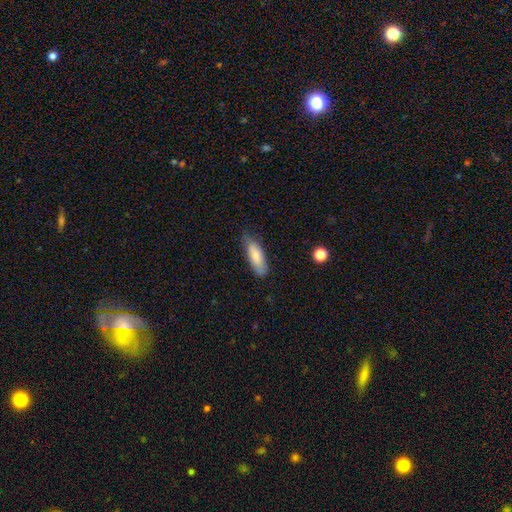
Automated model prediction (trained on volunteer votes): Smooth or featured? Predicted: smooth (p=0.78). How rounded? Predicted: in between (p=0.66). Merging? Predicted: none (p=0.70).